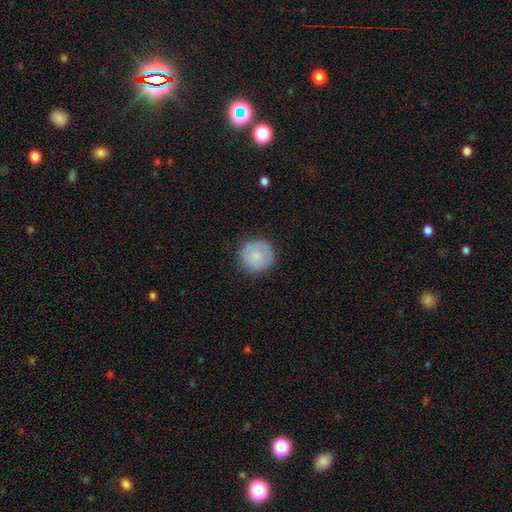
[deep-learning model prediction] This is clearly a smooth galaxy (83%). How rounded: clearly round (95%). Merging: clearly none (85%).